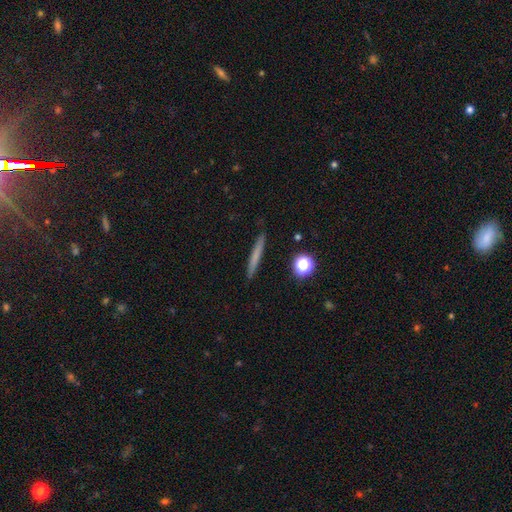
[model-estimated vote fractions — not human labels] The model was most divided on "smooth or featured": smooth: 65%, featured or disk: 27%, star or artifact: 8%. More confident: how rounded — cigar-shaped (95%); merging — none (90%).